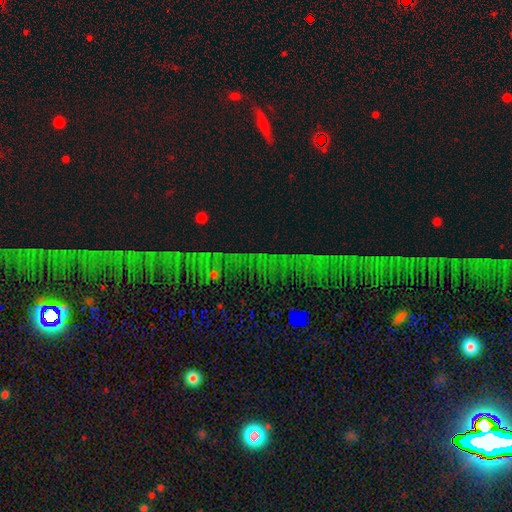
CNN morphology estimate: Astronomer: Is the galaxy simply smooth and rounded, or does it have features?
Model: star or artifact — 75%.